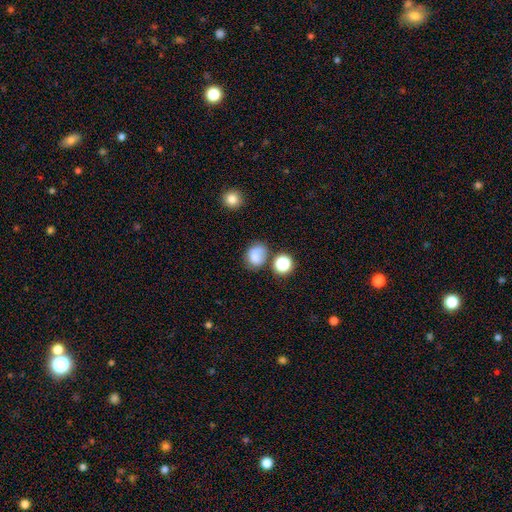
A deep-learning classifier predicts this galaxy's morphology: The model was most divided on "how rounded": in between: 51%, round: 48%, cigar-shaped: 1%. More confident: smooth or featured — smooth (75%); merging — none (52%).